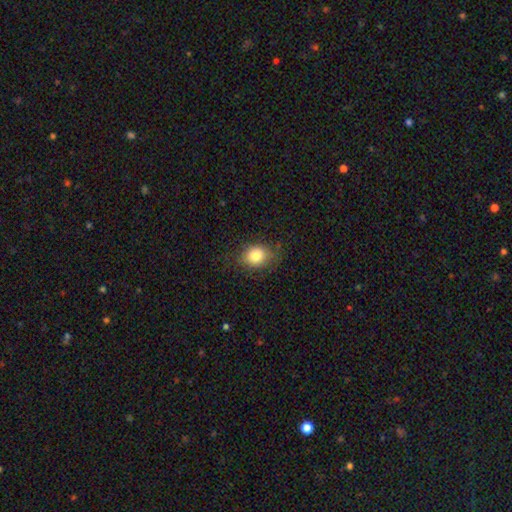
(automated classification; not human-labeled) This appears to be a smooth galaxy with no disk features (81%) that is in between round and cigar-shaped (50%). Merging: none (76%).